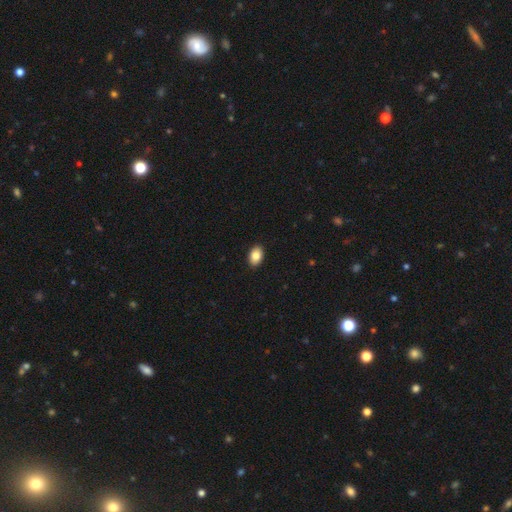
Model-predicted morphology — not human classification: type=smooth (86%); roundness=in between (87%); merging=none (91%).